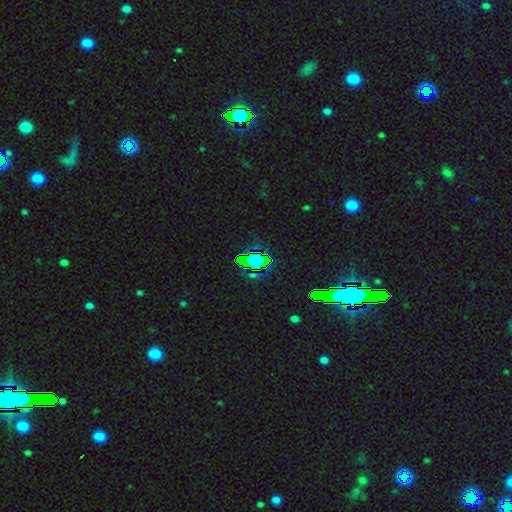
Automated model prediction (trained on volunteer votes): This appears to be a star or artifact, not a galaxy (72%).